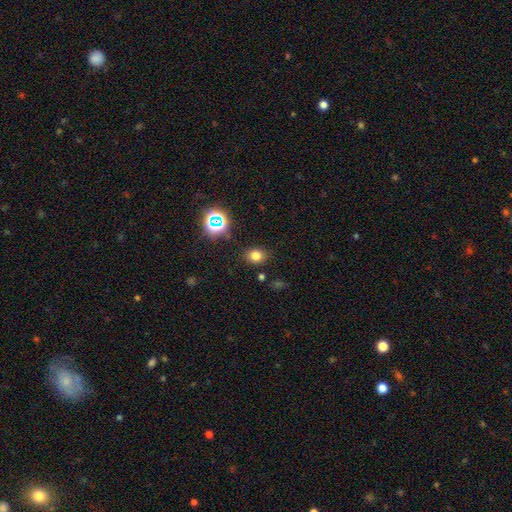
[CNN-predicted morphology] type=smooth (75%); roundness=round (59%); merging=none (84%).